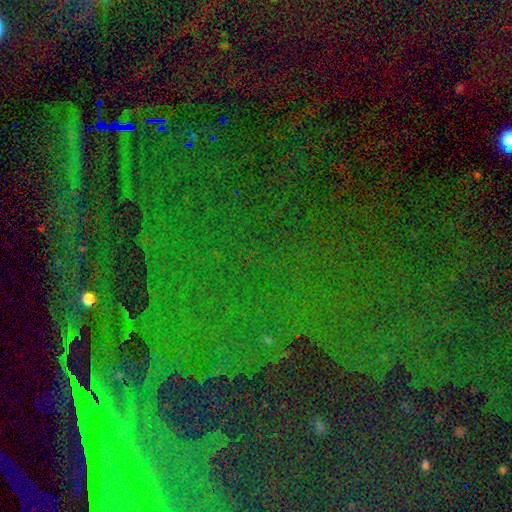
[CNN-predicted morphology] A star or artifact, not a galaxy (83%).